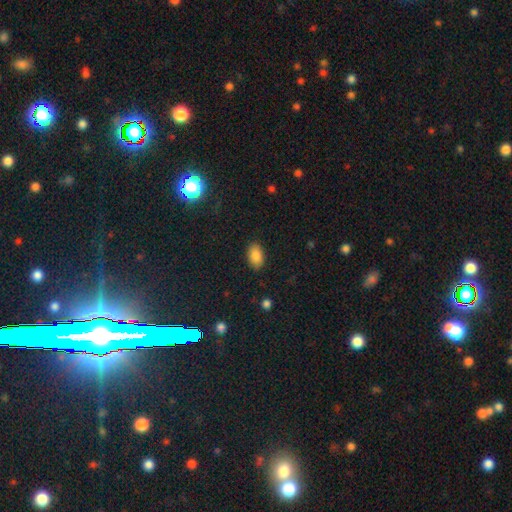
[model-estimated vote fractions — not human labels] This is clearly a smooth galaxy (86%). How rounded: clearly in between (91%). Merging: clearly none (85%).